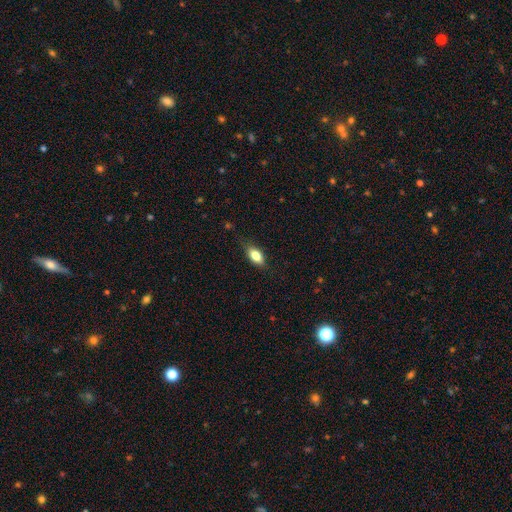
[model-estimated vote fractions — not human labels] Smooth or featured?
  - smooth: 80% *
  - featured or disk: 13%
  - star or artifact: 7%
How rounded?
  - in between: 85% *
  - cigar-shaped: 10%
  - round: 5%
Merging?
  - none: 77% *
  - minor disturbance: 18%
  - major disturbance: 4%
  - merger: 1%